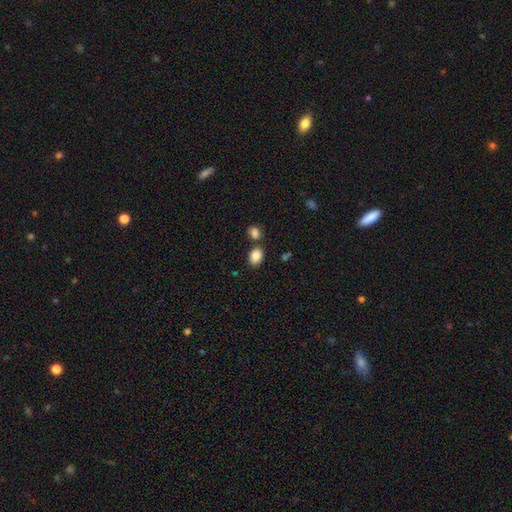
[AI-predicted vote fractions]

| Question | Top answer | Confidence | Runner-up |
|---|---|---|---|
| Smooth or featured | smooth | 86% | star or artifact (9%) |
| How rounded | in between | 73% | round (26%) |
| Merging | none | 70% | merger (17%) |